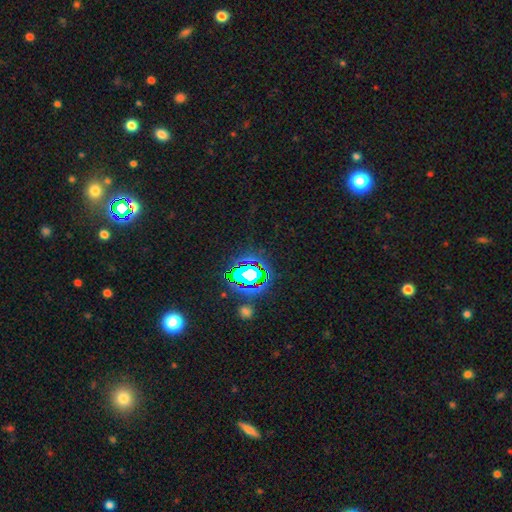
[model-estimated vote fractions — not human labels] star or artifact 77%, smooth 15%, featured or disk 9%.